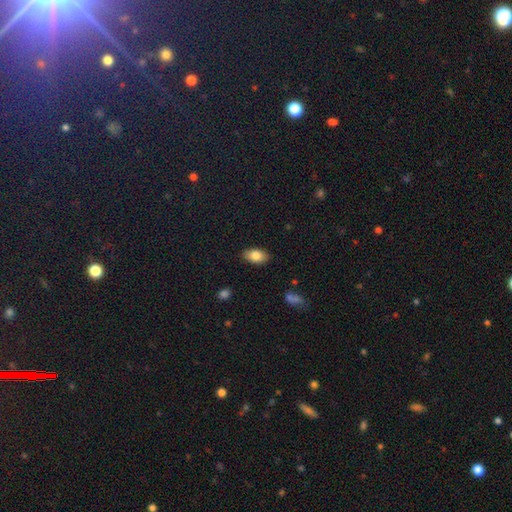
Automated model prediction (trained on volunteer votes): The model was most divided on "smooth or featured": smooth: 82%, featured or disk: 11%, star or artifact: 7%. More confident: how rounded — in between (93%); merging — none (87%).